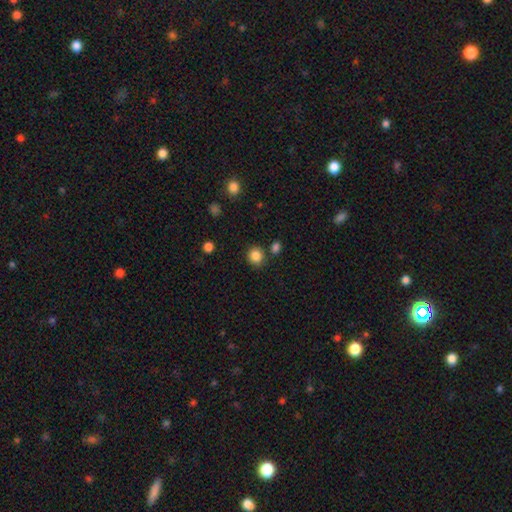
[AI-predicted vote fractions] smooth 85%, star or artifact 11%, featured or disk 4%. Down the decision tree: how rounded — round (85%); merging — none (79%).